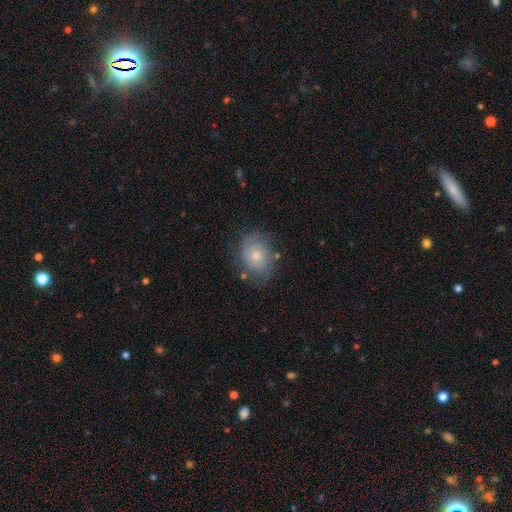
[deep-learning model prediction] A smooth galaxy with no disk features (63%) that is round (50%). Merging: none (68%).